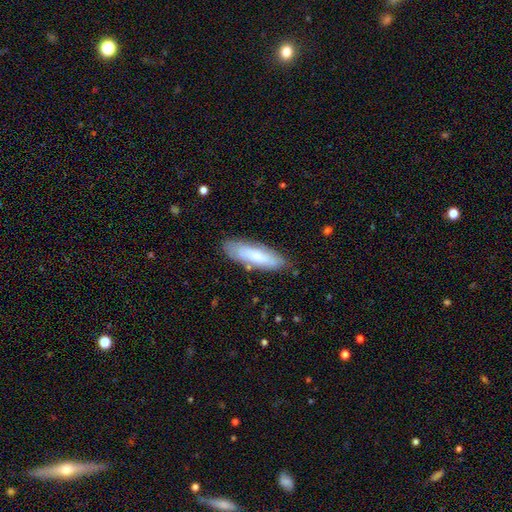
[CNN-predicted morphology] smooth_or_featured: smooth (p=0.69) [alt: featured or disk p=0.25]
how_rounded: cigar-shaped (p=0.56) [alt: in between p=0.42]
merging: none (p=0.79) [alt: minor disturbance p=0.16]